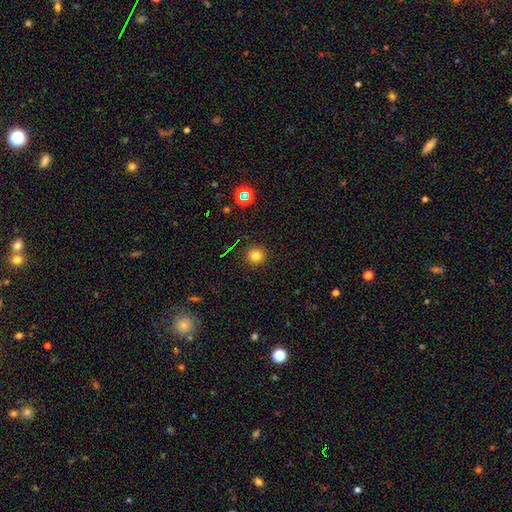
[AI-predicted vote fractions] smooth_or_featured: smooth (p=0.78) [alt: star or artifact p=0.16]
how_rounded: round (p=0.94) [alt: in between p=0.05]
merging: none (p=0.91) [alt: minor disturbance p=0.06]